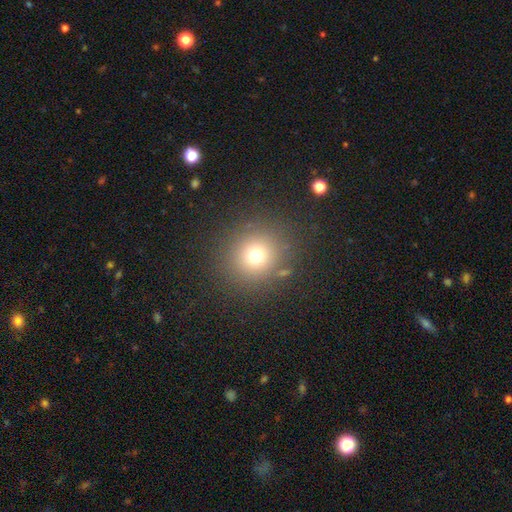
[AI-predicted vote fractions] This is likely a smooth galaxy (72%). How rounded: clearly round (91%). Merging: clearly none (85%).